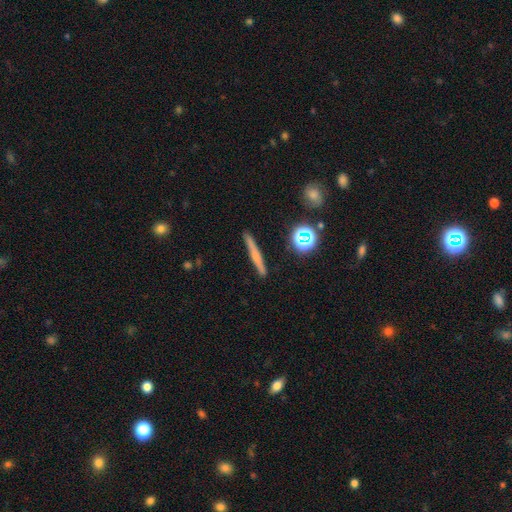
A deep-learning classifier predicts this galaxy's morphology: Q: Smooth or featured?
A: smooth (44%); runner-up: featured or disk (43%)
Q: Merging?
A: none (89%); runner-up: minor disturbance (7%)